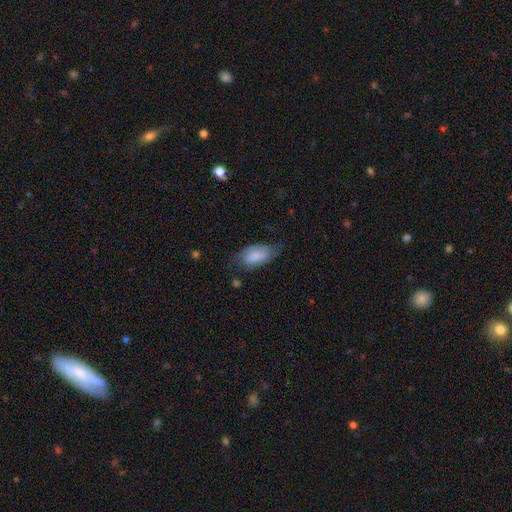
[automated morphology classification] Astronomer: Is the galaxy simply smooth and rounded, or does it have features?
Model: smooth — 65%.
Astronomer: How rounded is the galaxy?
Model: in between — 93%.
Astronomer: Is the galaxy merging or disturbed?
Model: none — 49% (runner-up: minor disturbance, 32%).